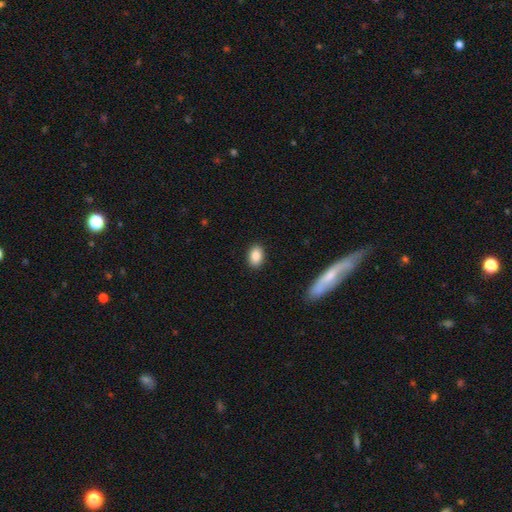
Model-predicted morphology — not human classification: A smooth galaxy with no disk features (88%) that is in between round and cigar-shaped (84%).

Vote fractions:
- Smooth or featured? smooth: 88% / star or artifact: 7% / featured or disk: 5%
- How rounded? in between: 84% / round: 14% / cigar-shaped: 2%
- Merging? none: 89% / minor disturbance: 7% / major disturbance: 2% / merger: 1%